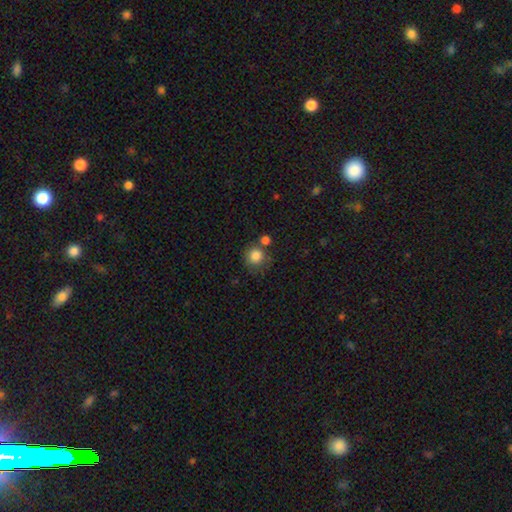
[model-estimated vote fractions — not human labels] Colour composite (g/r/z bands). It shows a smooth galaxy with no disk features (84%) that is round (93%). Merging: none (68%).